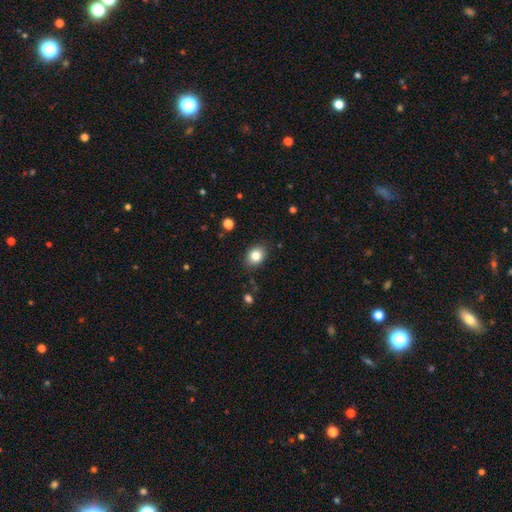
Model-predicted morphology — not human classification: Smooth or featured? smooth (83%)
How rounded? in between (53%)
Merging? none (85%)